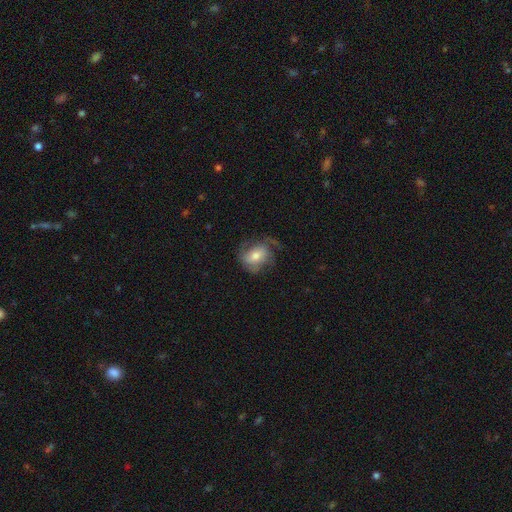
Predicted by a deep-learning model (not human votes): Smooth or featured? featured or disk (51%)
Edge-on disk? no (96%)
Merging? none (50%)